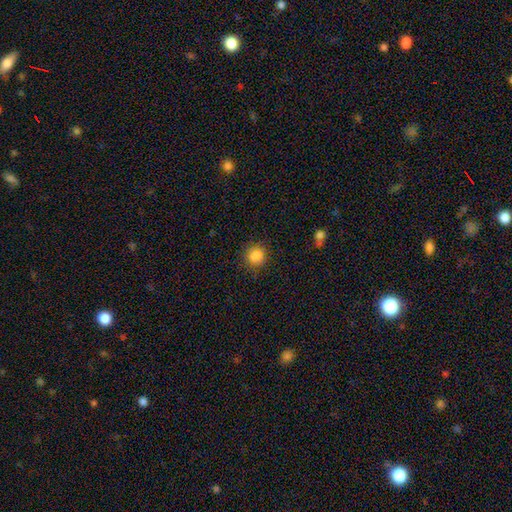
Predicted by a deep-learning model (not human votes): This appears to be a smooth galaxy with no disk features (85%) that is round (81%). Merging: none (82%).